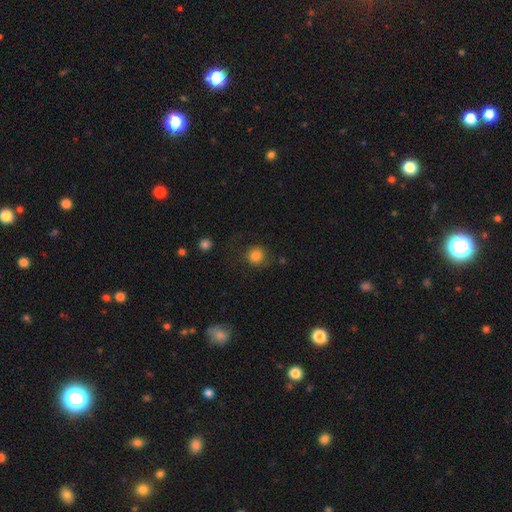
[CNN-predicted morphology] Smooth or featured? Predicted: smooth (p=0.83). How rounded? Predicted: round (p=0.90). Merging? Predicted: none (p=0.75).